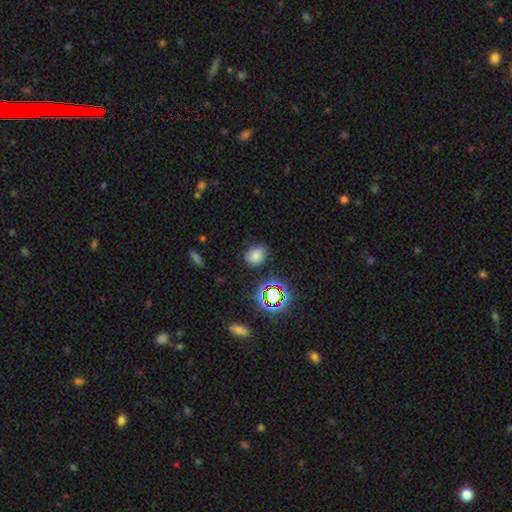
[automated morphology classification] Overall: smooth (72%). How rounded: in between (55%; round 44%). Merging: none (78%).